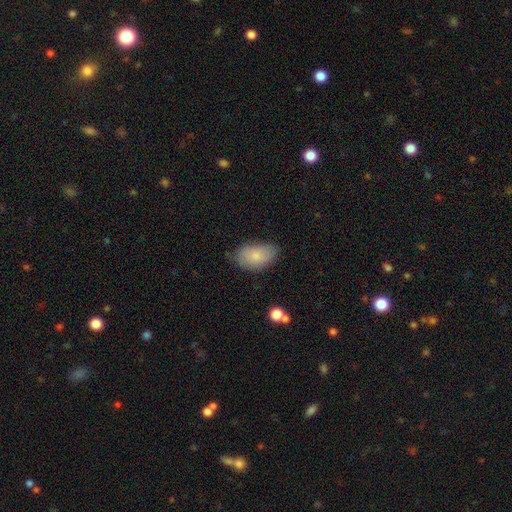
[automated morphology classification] Smooth or featured: smooth — 80% (featured or disk — 13%)
How rounded: in between — 92% (round — 6%)
Merging: none — 70% (minor disturbance — 23%)